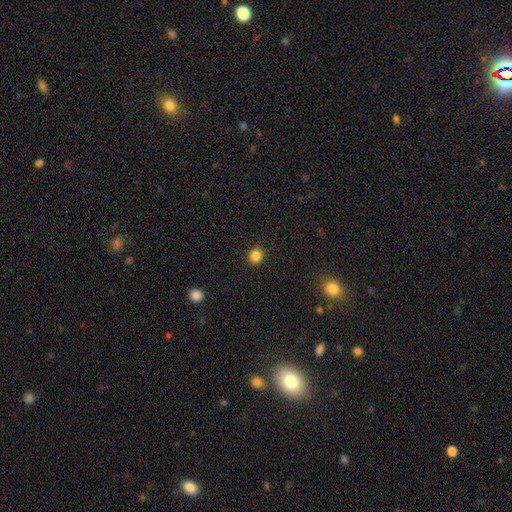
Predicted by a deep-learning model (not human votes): Smooth or featured?
  - smooth: 85% *
  - star or artifact: 12%
  - featured or disk: 3%
How rounded?
  - round: 83% *
  - in between: 16%
  - cigar-shaped: 1%
Merging?
  - none: 92% *
  - minor disturbance: 6%
  - major disturbance: 2%
  - merger: 1%